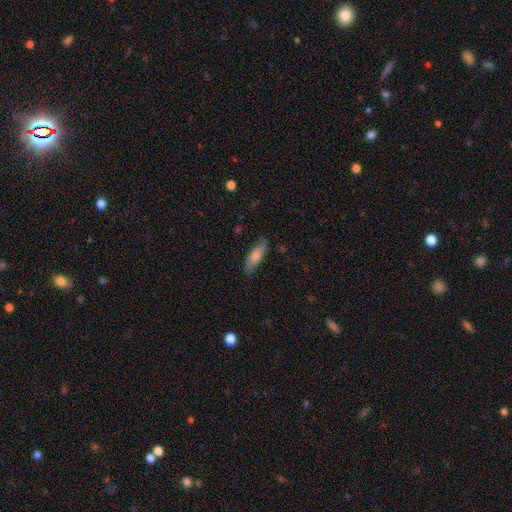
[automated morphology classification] Q: Smooth or featured?
A: smooth (58%); runner-up: featured or disk (36%)
Q: How rounded?
A: in between (65%); runner-up: cigar-shaped (32%)
Q: Merging?
A: none (77%); runner-up: minor disturbance (17%)